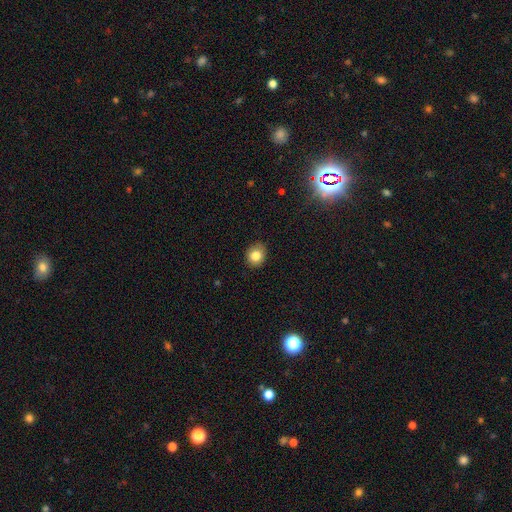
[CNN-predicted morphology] Overall: smooth (83%). How rounded: round (71%). Merging: none (86%).